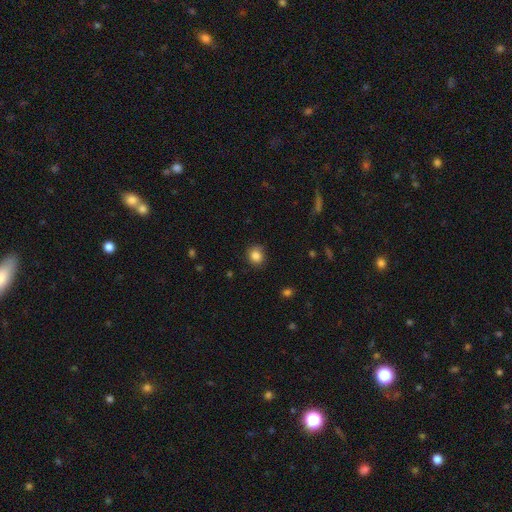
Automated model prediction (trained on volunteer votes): A smooth galaxy with no disk features (85%) that is round (81%).

Vote fractions:
- Smooth or featured? smooth: 85% / star or artifact: 10% / featured or disk: 5%
- How rounded? round: 81% / in between: 19% / cigar-shaped: 1%
- Merging? none: 85% / minor disturbance: 12% / major disturbance: 3% / merger: 1%